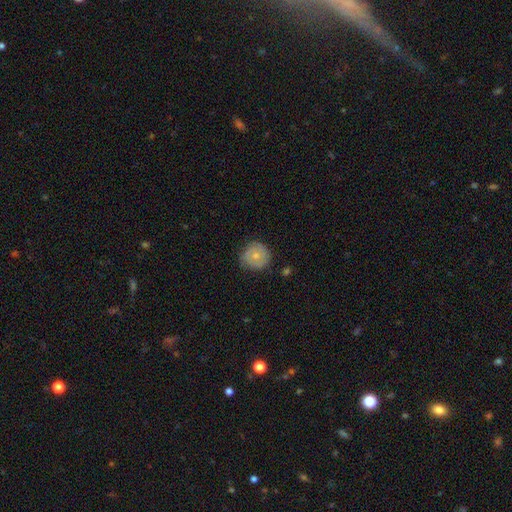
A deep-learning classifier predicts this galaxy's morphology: This is likely a smooth galaxy (62%). How rounded: clearly round (92%). Merging: likely none (75%).